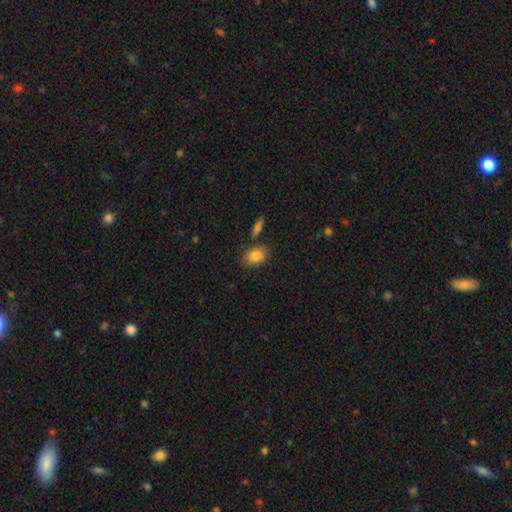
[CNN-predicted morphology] smooth 85%, star or artifact 7%, featured or disk 7%. Down the decision tree: how rounded — in between (76%); merging — none (77%).